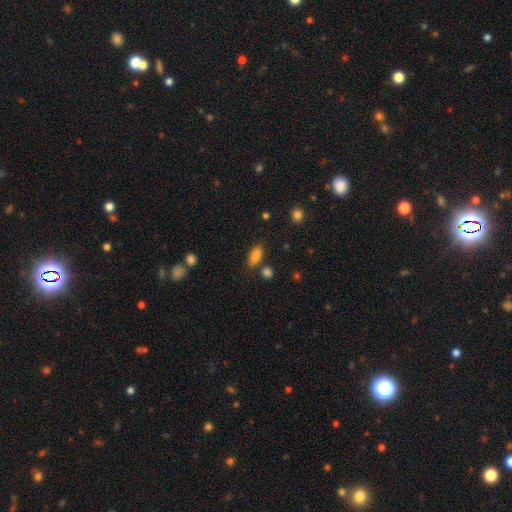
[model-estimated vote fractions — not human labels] smooth-or-featured: smooth: 84% | star or artifact: 9% | featured or disk: 6%
  how-rounded: in between: 87% | cigar-shaped: 9% | round: 4%
  merging: none: 73% | minor disturbance: 14% | merger: 8% | major disturbance: 4%